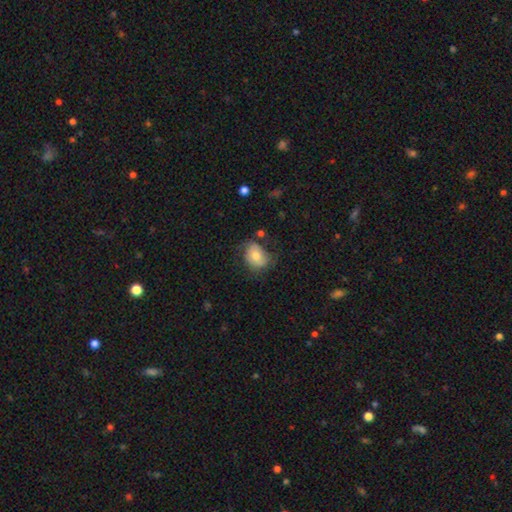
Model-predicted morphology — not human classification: Q: Smooth or featured?
A: smooth (60%); runner-up: featured or disk (31%)
Q: How rounded?
A: in between (58%); runner-up: round (41%)
Q: Merging?
A: none (56%); runner-up: minor disturbance (28%)